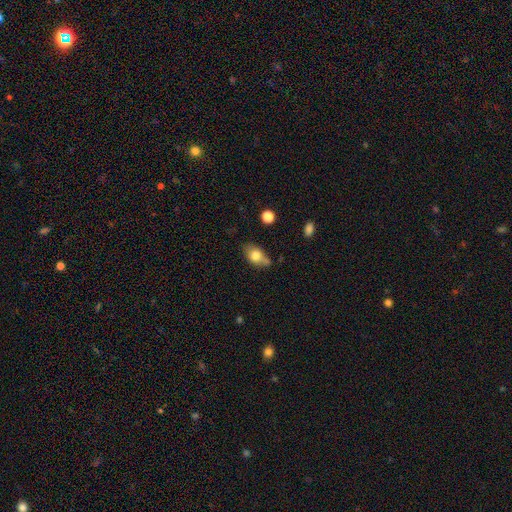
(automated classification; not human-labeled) smooth 75%, featured or disk 17%, star or artifact 9%. Down the decision tree: how rounded — in between (79%); merging — none (50%).